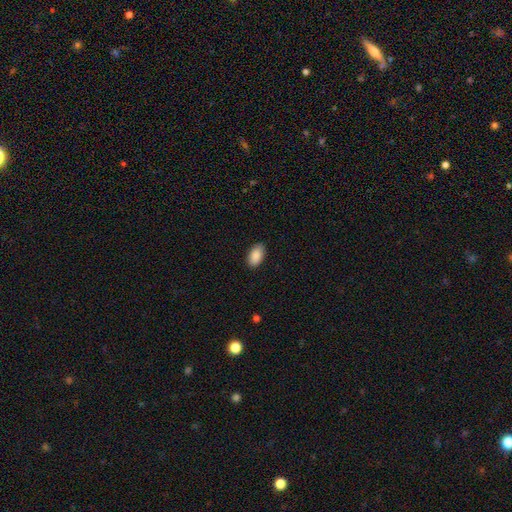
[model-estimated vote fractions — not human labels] Smooth or featured? smooth (89%)
How rounded? in between (95%)
Merging? none (88%)